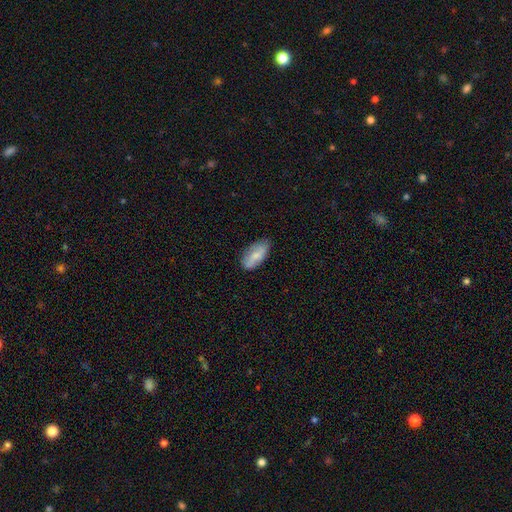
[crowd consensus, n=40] Q: Smooth or featured?
A: smooth (85%); runner-up: featured or disk (12%)
Q: How rounded?
A: in between (85%); runner-up: cigar-shaped (12%)
Q: Merging?
A: none (69%); runner-up: minor disturbance (21%)